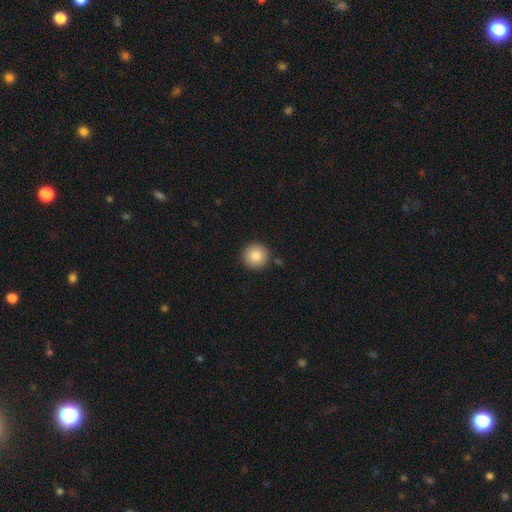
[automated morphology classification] smooth 85%, star or artifact 8%, featured or disk 6%. Down the decision tree: how rounded — round (95%); merging — none (89%).